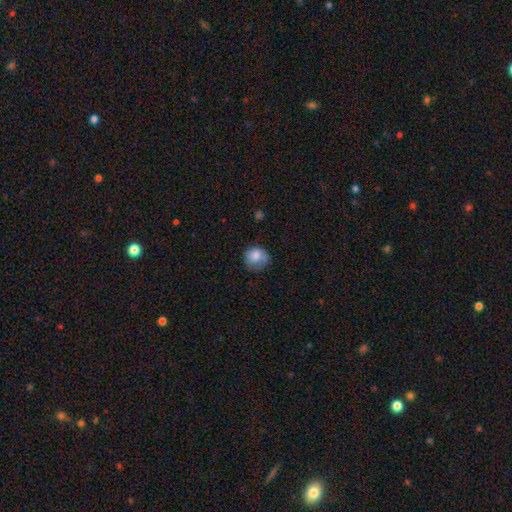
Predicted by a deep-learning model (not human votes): Smooth or featured: smooth — 80% (featured or disk — 11%)
How rounded: round — 82% (in between — 17%)
Merging: none — 58% (minor disturbance — 29%)